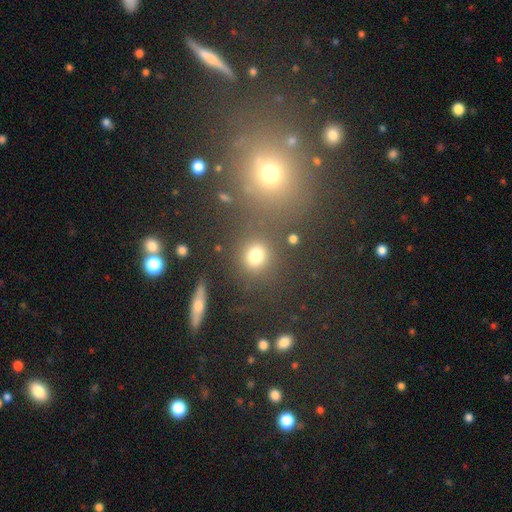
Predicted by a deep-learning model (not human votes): smooth 74%, star or artifact 17%, featured or disk 8%. Down the decision tree: how rounded — round (77%); merging — none (77%).